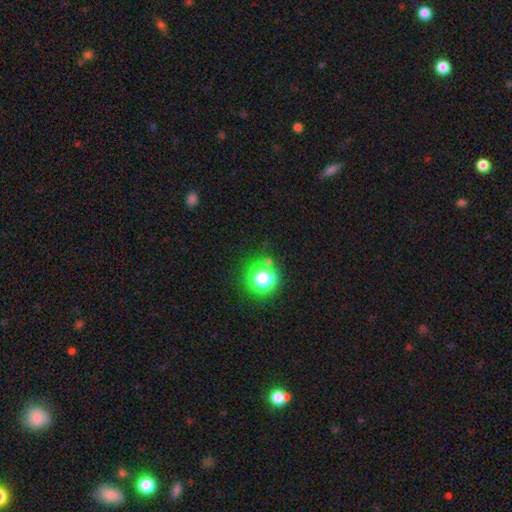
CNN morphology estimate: Q: Smooth or featured?
A: star or artifact (61%); runner-up: smooth (33%)